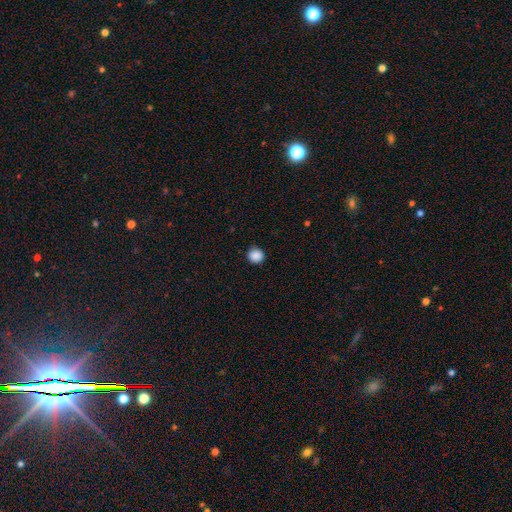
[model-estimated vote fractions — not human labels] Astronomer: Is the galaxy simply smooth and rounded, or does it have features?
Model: smooth — 89%.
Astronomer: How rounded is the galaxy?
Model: round — 93%.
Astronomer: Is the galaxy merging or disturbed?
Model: none — 91%.